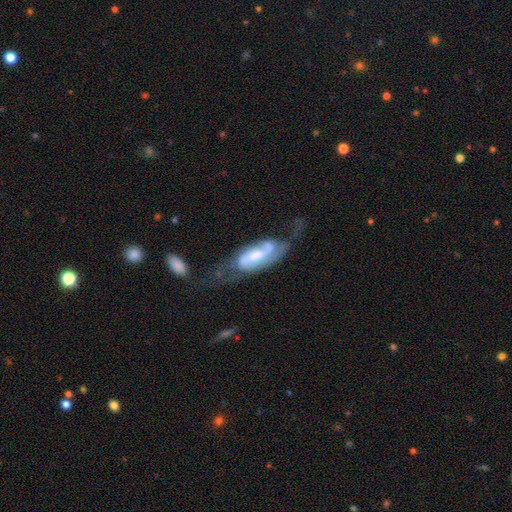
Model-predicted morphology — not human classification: Smooth or featured?
  - featured or disk: 76% *
  - smooth: 18%
  - star or artifact: 6%
Edge-on disk?
  - no: 91% *
  - yes: 9%
Bar?
  - weak: 41% *
  - no: 39%
  - strong: 19%
Spiral arms?
  - yes: 88% *
  - no: 12%
Spiral winding?
  - medium: 43% *
  - tight: 29%
  - loose: 28%
Spiral arm count?
  - 2: 72% *
  - can't tell: 15%
  - 1: 9%
  - 3: 2%
  - 4: 1%
  - more than 4: 1%
Bulge size?
  - moderate: 42% *
  - small: 28%
  - large: 17%
  - none: 10%
  - dominant: 3%
Merging?
  - major disturbance: 33% * (tied)
  - none: 33% * (tied)
  - minor disturbance: 22%
  - merger: 11%